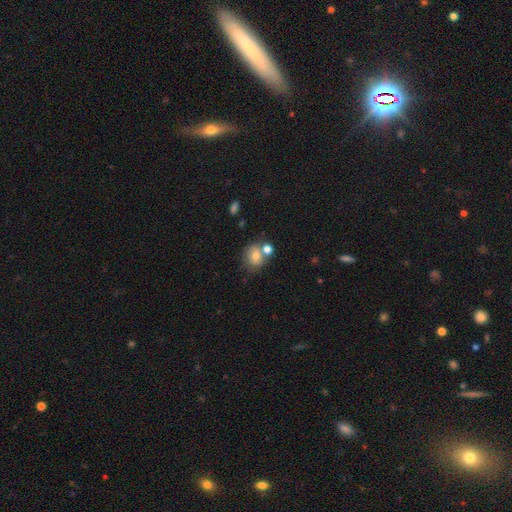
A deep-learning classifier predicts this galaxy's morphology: Smooth or featured?
  - smooth: 72% *
  - featured or disk: 17%
  - star or artifact: 11%
How rounded?
  - round: 72% *
  - in between: 27%
  - cigar-shaped: 1%
Merging?
  - none: 51% *
  - merger: 31%
  - minor disturbance: 13%
  - major disturbance: 5%